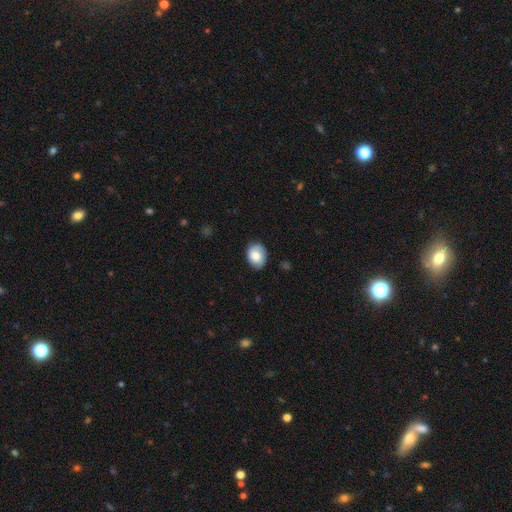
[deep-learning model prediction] Smooth or featured: smooth — 75% (featured or disk — 17%)
How rounded: in between — 61% (round — 39%)
Merging: none — 77% (minor disturbance — 18%)